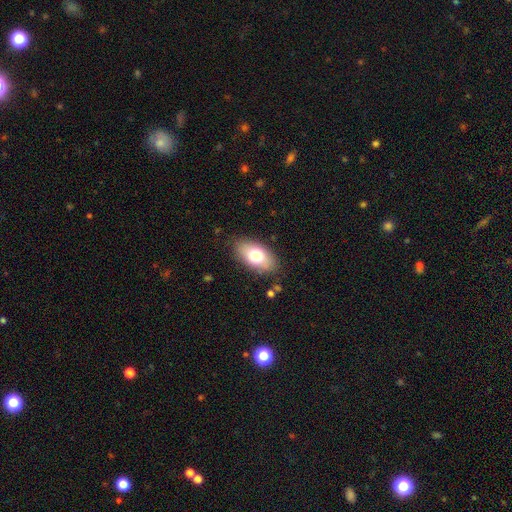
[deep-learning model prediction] This appears to be a smooth galaxy with no disk features (73%) that is in between round and cigar-shaped (91%). Merging: none (83%).